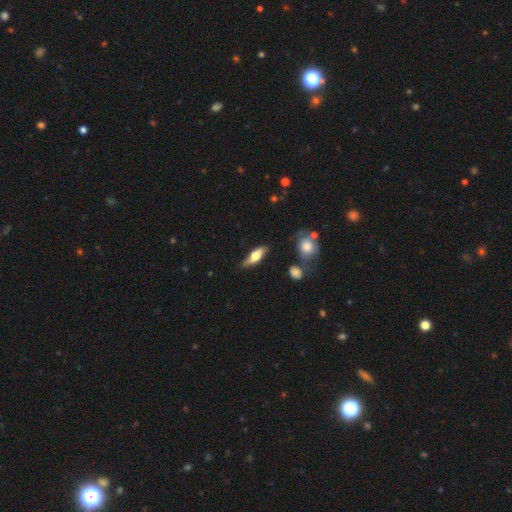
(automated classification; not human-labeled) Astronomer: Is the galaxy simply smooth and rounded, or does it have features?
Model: smooth — 53% (runner-up: featured or disk, 41%).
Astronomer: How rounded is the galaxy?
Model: in between — 54% (runner-up: cigar-shaped, 43%).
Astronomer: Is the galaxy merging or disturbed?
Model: none — 66%.